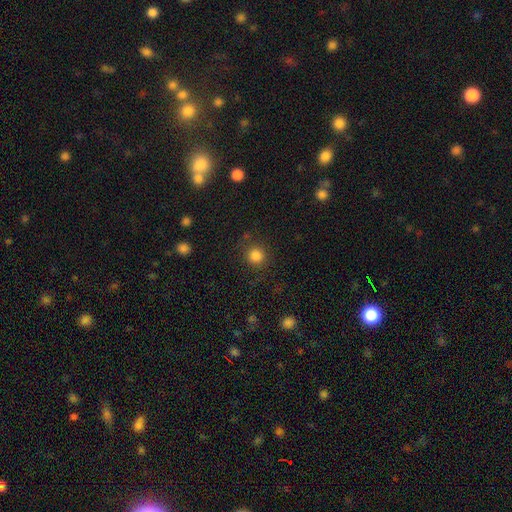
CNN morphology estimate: A smooth galaxy with no disk features (84%) that is round (92%). Merging: none (84%).